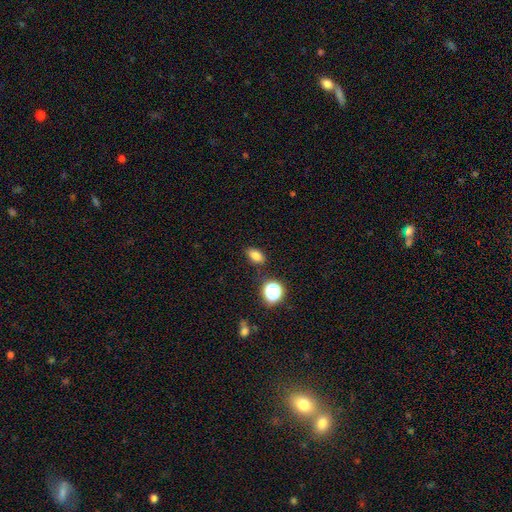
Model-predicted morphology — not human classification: Smooth or featured?
  - smooth: 79% *
  - star or artifact: 15%
  - featured or disk: 6%
How rounded?
  - in between: 82% *
  - round: 15%
  - cigar-shaped: 3%
Merging?
  - none: 84% *
  - minor disturbance: 11%
  - merger: 3%
  - major disturbance: 3%